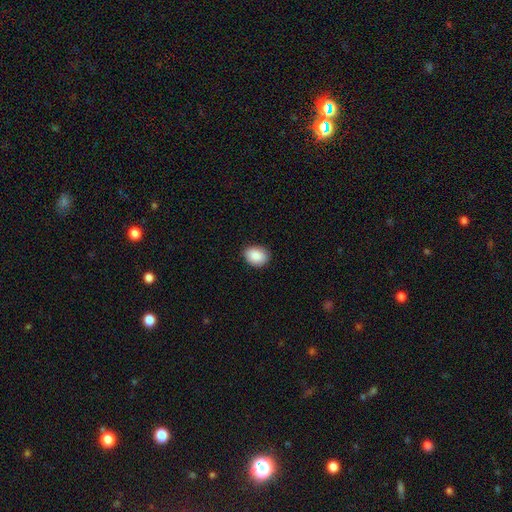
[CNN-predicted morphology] Overall: smooth (89%). How rounded: in between (62%; round 37%). Merging: none (86%).